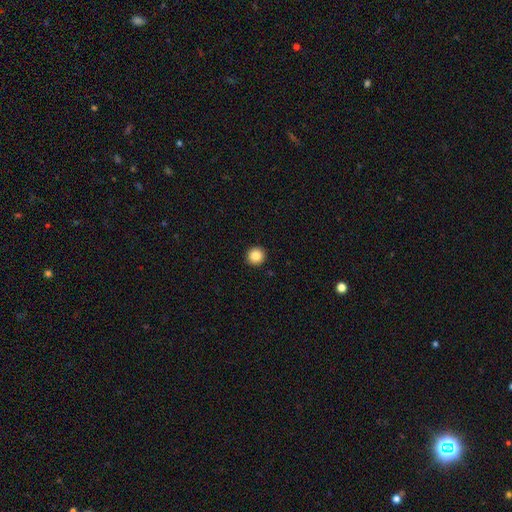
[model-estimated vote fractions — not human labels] Overall: smooth (85%). How rounded: round (95%). Merging: none (94%).